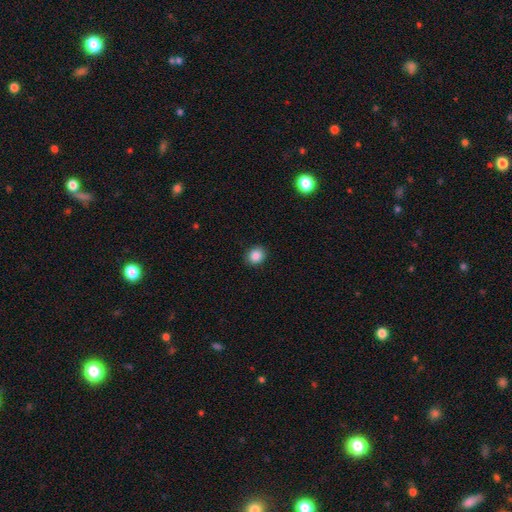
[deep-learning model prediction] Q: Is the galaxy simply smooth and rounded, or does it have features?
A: smooth — 87%.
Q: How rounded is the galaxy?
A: round — 75%.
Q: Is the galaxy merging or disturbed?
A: none — 90%.